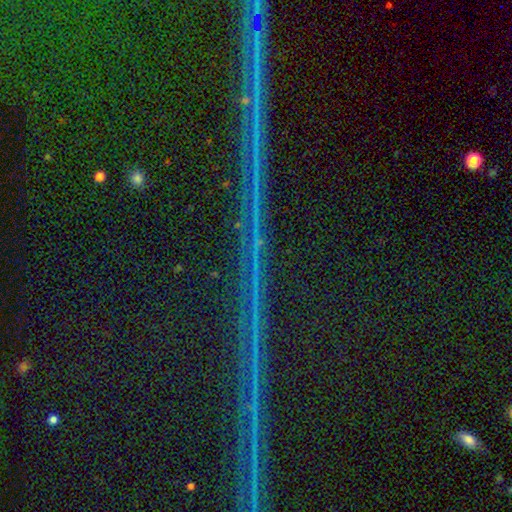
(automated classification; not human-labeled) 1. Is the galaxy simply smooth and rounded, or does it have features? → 86% star or artifact, 8% featured or disk, 6% smooth.